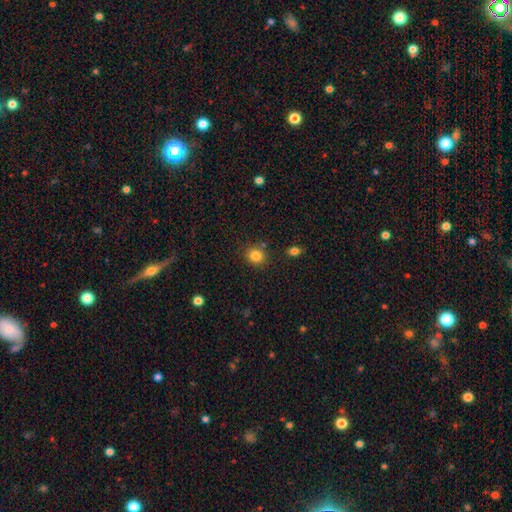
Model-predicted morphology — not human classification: Overall: smooth (84%). How rounded: round (80%). Merging: none (83%).